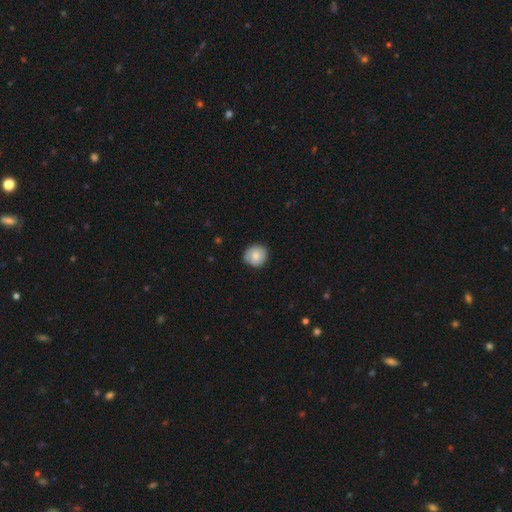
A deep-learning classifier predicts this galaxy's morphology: A smooth galaxy with no disk features (75%) that is round (85%). Merging: none (78%).